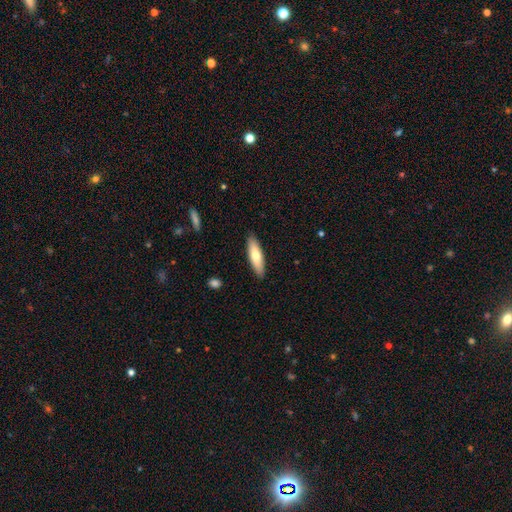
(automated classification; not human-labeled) Smooth or featured? smooth (68%)
How rounded? cigar-shaped (57%)
Merging? none (89%)